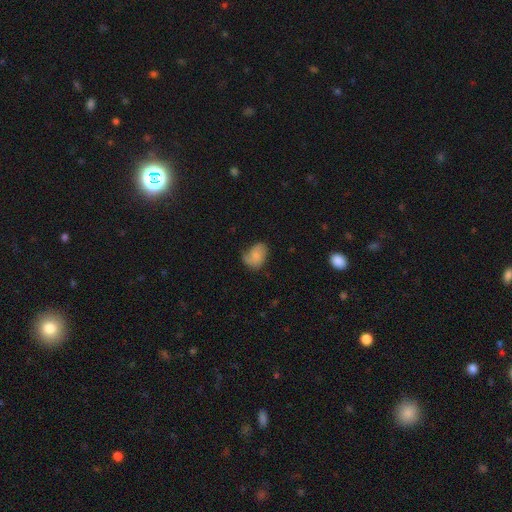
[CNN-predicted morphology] Smooth or featured? Predicted: smooth (p=0.62). How rounded? Predicted: in between (p=0.75). Merging? Predicted: none (p=0.48).